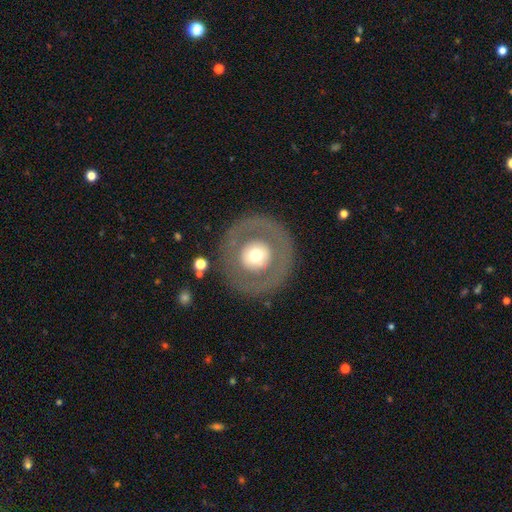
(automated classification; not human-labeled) Overall: featured or disk (48%; smooth 46%). Merging: none (84%).